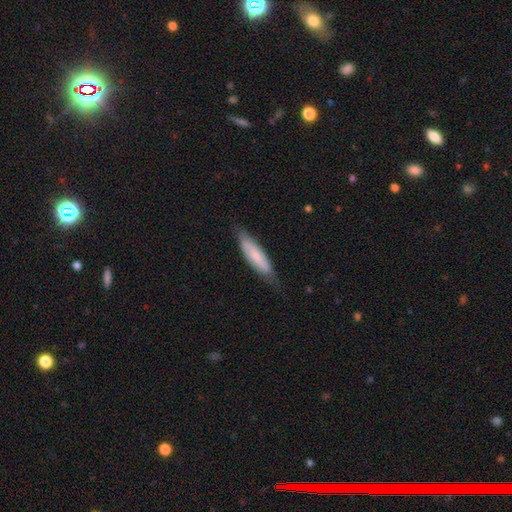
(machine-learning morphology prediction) smooth-or-featured: smooth: 65% | featured or disk: 29% | star or artifact: 6%
  how-rounded: cigar-shaped: 69% | in between: 30% | round: 1%
  merging: none: 73% | minor disturbance: 21% | major disturbance: 4% | merger: 1%